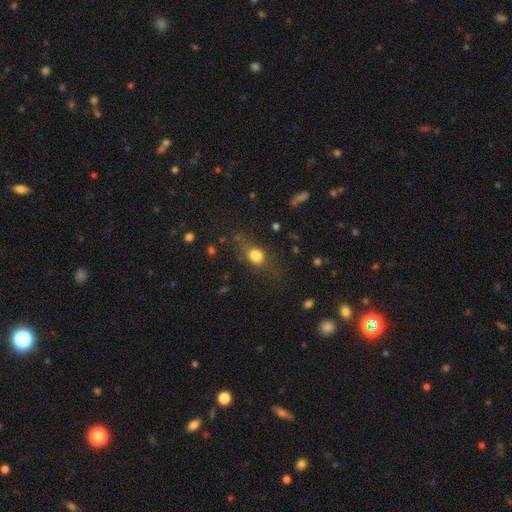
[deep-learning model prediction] Smooth or featured: smooth — 73% (featured or disk — 14%)
How rounded: round — 49% (in between — 44%)
Merging: none — 62% (minor disturbance — 21%)